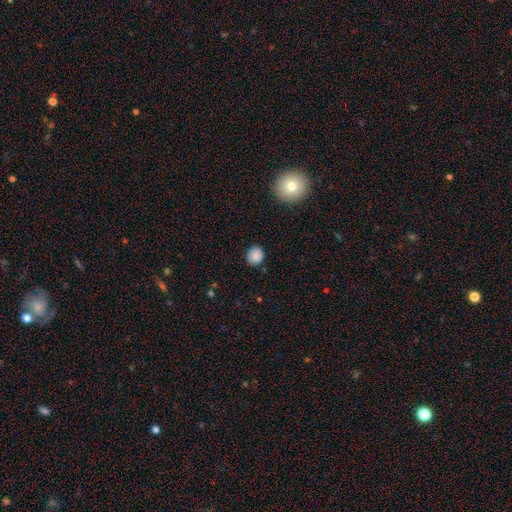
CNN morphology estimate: Smooth or featured? Predicted: smooth (p=0.86). How rounded? Predicted: round (p=0.82). Merging? Predicted: none (p=0.87).